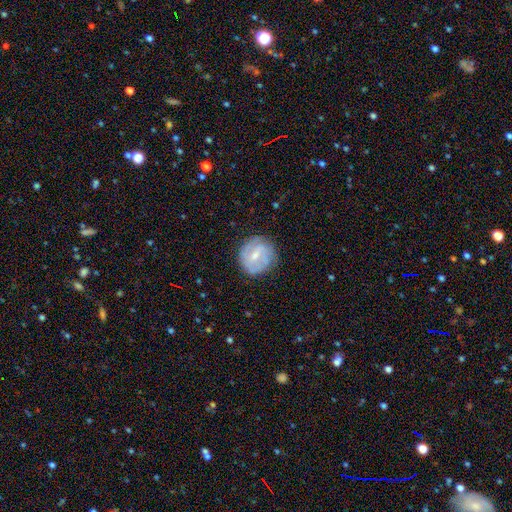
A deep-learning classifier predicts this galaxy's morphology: featured or disk 58%, smooth 35%, star or artifact 7%. Down the decision tree: edge-on disk — no (97%); bar — weak (56%); spiral arms — yes (73%); bulge size — small (49%); merging — none (75%).